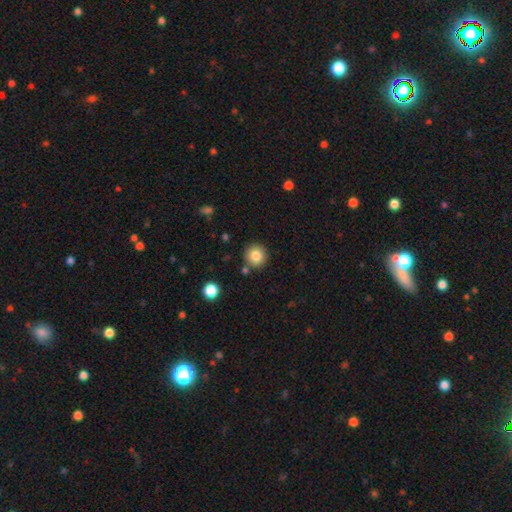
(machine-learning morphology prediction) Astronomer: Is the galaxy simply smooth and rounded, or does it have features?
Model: smooth — 83%.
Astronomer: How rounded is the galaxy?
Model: round — 93%.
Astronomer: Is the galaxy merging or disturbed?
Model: none — 85%.